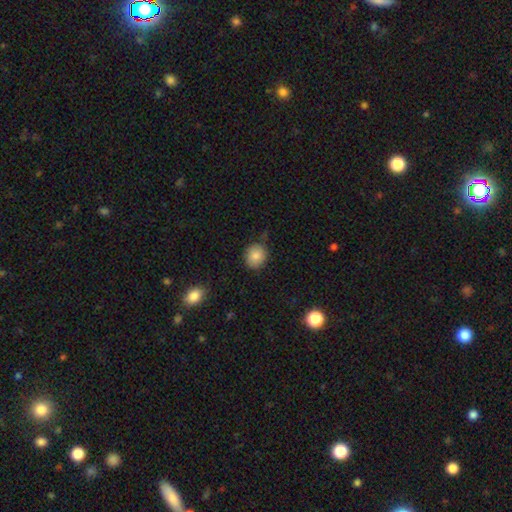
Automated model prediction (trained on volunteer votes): Smooth or featured? smooth (85%)
How rounded? round (77%)
Merging? none (80%)